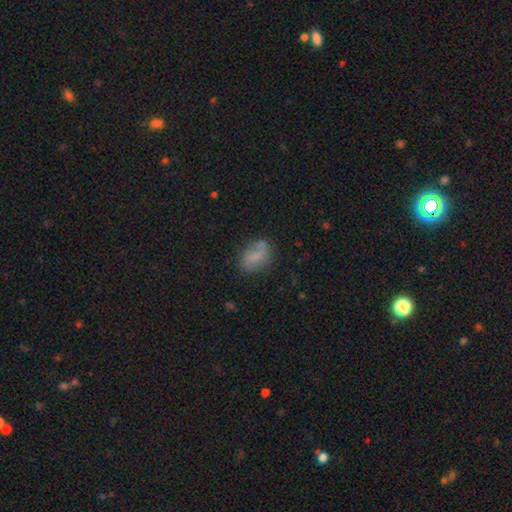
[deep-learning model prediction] Smooth or featured: smooth — 70% (featured or disk — 20%)
How rounded: in between — 79% (round — 17%)
Merging: none — 62% (minor disturbance — 21%)